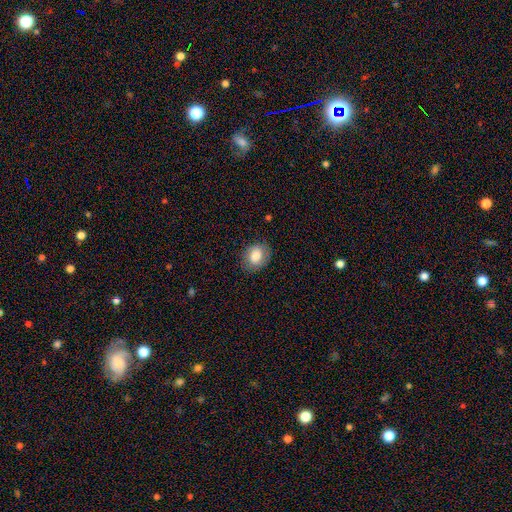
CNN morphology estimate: Smooth or featured? smooth (78%)
How rounded? in between (60%)
Merging? none (78%)